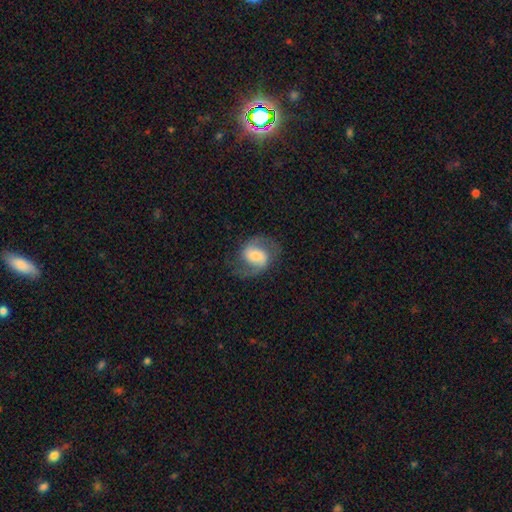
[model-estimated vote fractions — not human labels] This appears to be a featured or disk galaxy (74%) with a weak bar (44%), 2 (91%) medium (51%) spiral arms (94%) and a moderate central bulge (34%). Merging: none (72%).